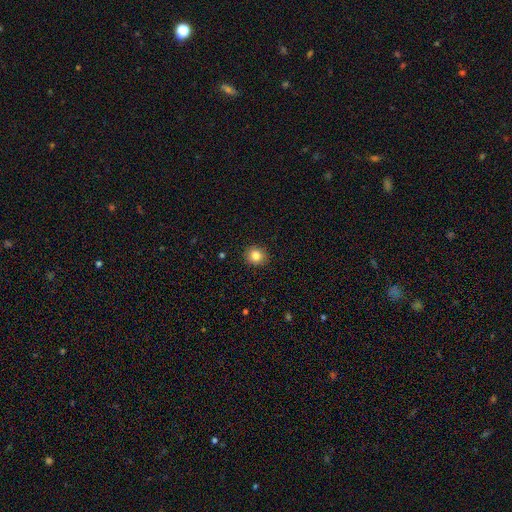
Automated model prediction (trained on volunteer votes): The model was most divided on "how rounded": round: 83%, in between: 16%, cigar-shaped: 1%. More confident: merging — none (91%); smooth or featured — smooth (84%).